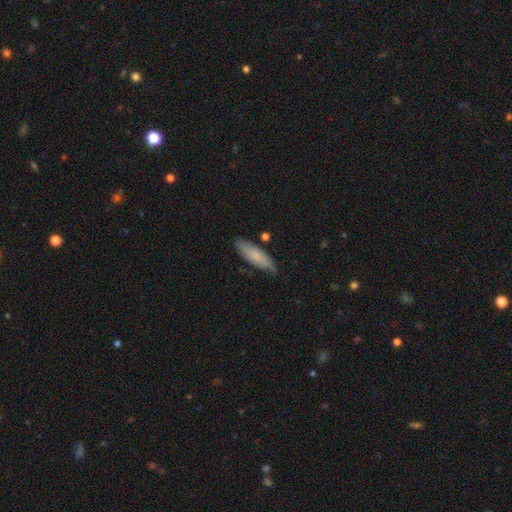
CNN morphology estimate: Overall: smooth (69%). How rounded: cigar-shaped (55%; in between 43%). Merging: none (78%).